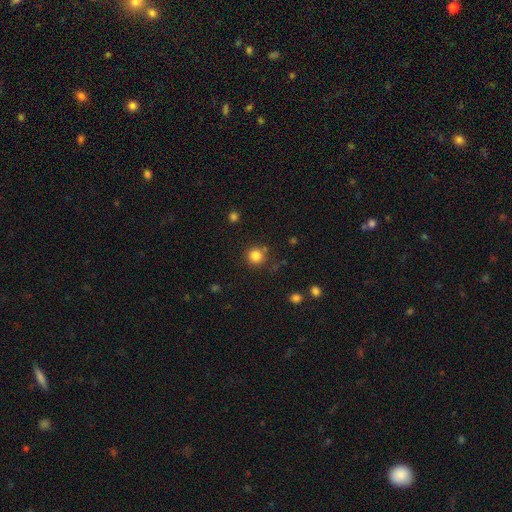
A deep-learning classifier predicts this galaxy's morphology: The model was most divided on "merging": none: 81%, minor disturbance: 10%, merger: 5%, major disturbance: 4%. More confident: how rounded — round (93%); smooth or featured — smooth (84%).